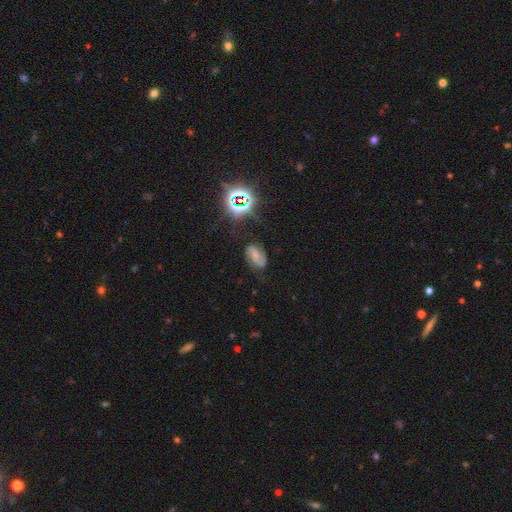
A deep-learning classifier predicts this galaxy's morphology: smooth-or-featured: featured or disk: 56% | smooth: 26% | star or artifact: 18%
  disk-edge-on: no: 96% | yes: 4%
    bar: weak: 39% | no: 38% | strong: 24%
    has-spiral-arms: yes: 89% | no: 11%
    bulge-size: none: 37% | small: 36% | moderate: 21% | large: 5% | dominant: 2%
  merging: none: 68% | minor disturbance: 21% | major disturbance: 9% | merger: 3%